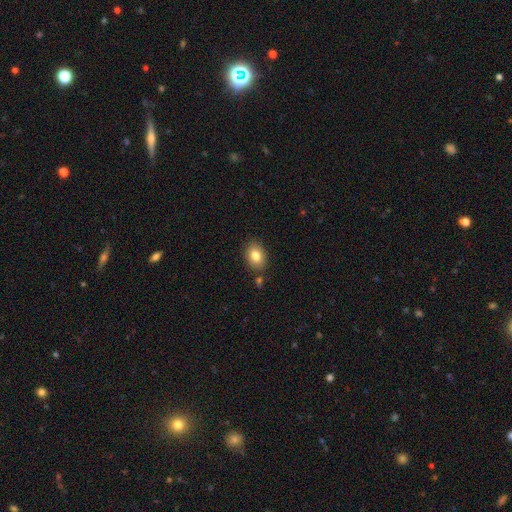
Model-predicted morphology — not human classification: This appears to be a smooth galaxy with no disk features (81%) that is in between round and cigar-shaped (71%). Merging: none (82%).